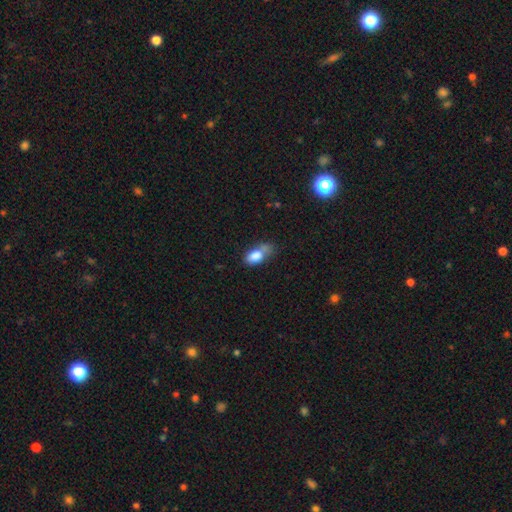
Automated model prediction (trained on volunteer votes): Smooth or featured: smooth — 81% (featured or disk — 10%)
How rounded: in between — 87% (round — 7%)
Merging: none — 34% (minor disturbance — 29%)